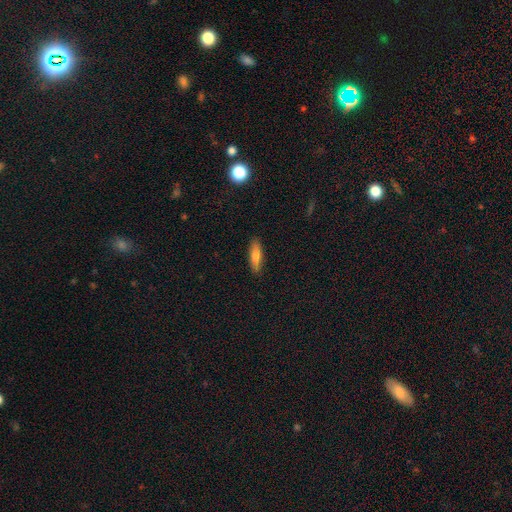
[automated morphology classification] A smooth galaxy with no disk features (76%) that is cigar-shaped (59%). Merging: none (89%).